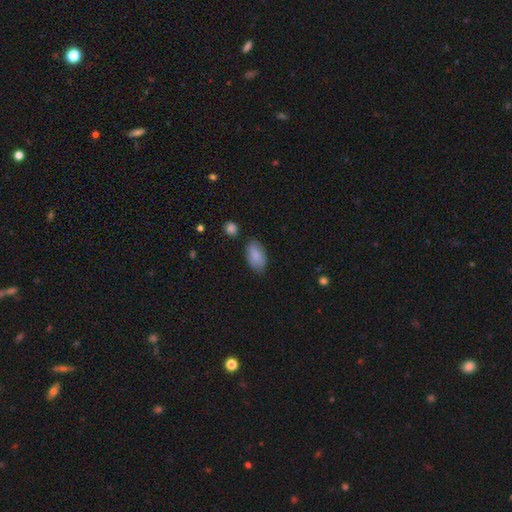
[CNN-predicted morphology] This appears to be a smooth galaxy with no disk features (84%) that is in between round and cigar-shaped (93%). Merging: none (76%).